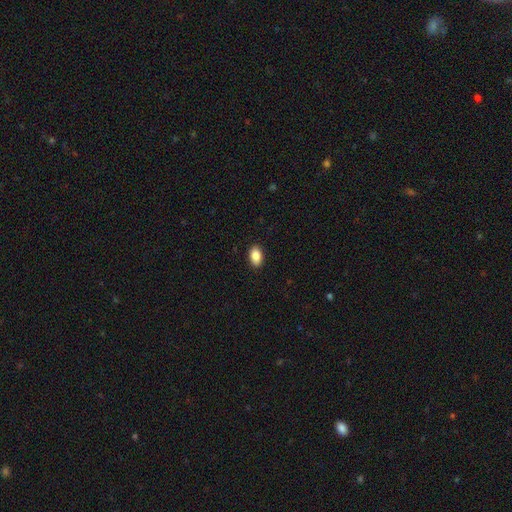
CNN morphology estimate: This appears to be a smooth galaxy with no disk features (87%) that is in between round and cigar-shaped (89%). Merging: none (90%).